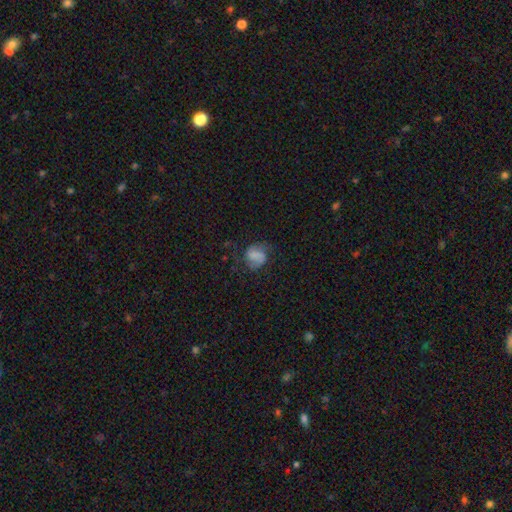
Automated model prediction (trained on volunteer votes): Smooth or featured: featured or disk — 50% (smooth — 40%)
Merging: none — 62% (minor disturbance — 21%)